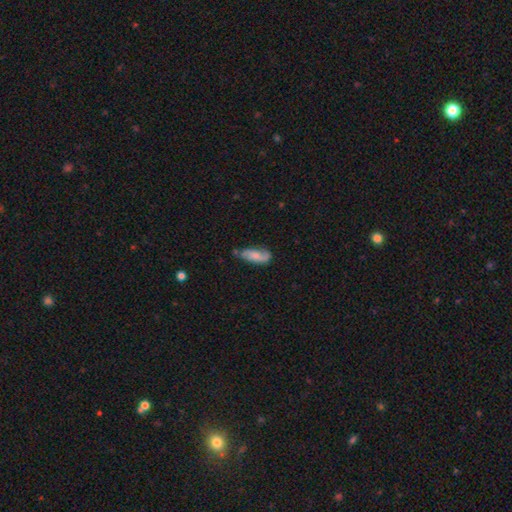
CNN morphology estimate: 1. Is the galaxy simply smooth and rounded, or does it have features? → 58% smooth, 35% featured or disk, 7% star or artifact.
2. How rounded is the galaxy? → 77% in between, 21% cigar-shaped, 3% round.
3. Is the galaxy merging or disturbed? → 51% none, 32% minor disturbance, 11% major disturbance, 6% merger.